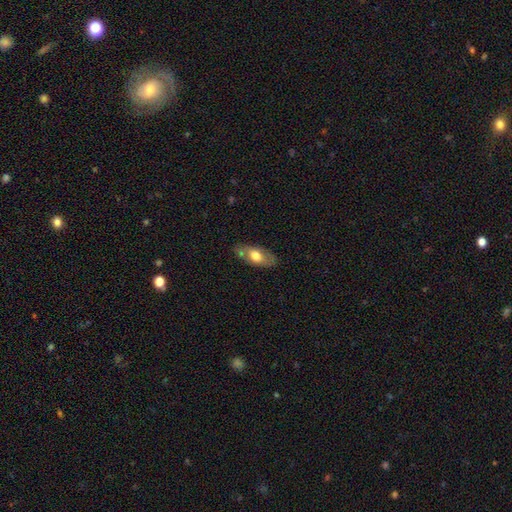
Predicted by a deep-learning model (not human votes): smooth 56%, featured or disk 38%, star or artifact 6%. Down the decision tree: how rounded — in between (87%); merging — none (77%).